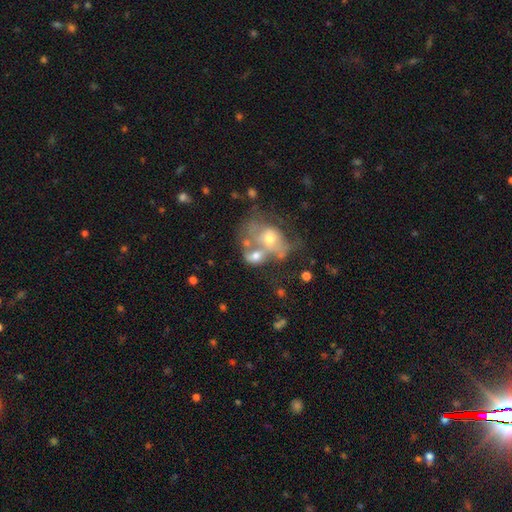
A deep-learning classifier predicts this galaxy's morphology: Overall: featured or disk (46%; smooth 42%). Merging: merger (61%).